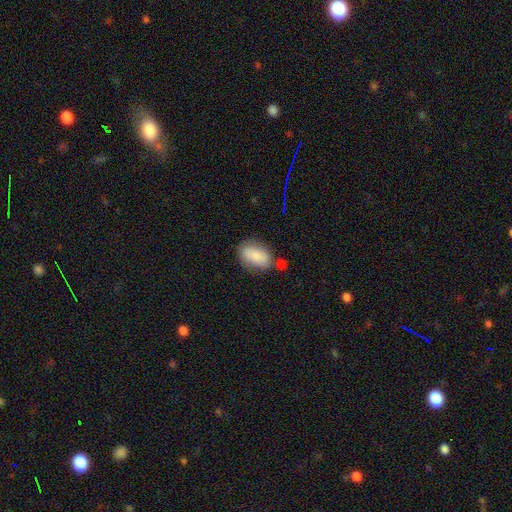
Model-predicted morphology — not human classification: smooth_or_featured: smooth (p=0.81) [alt: featured or disk p=0.12]
how_rounded: in between (p=0.89) [alt: round p=0.08]
merging: none (p=0.66) [alt: minor disturbance p=0.19]